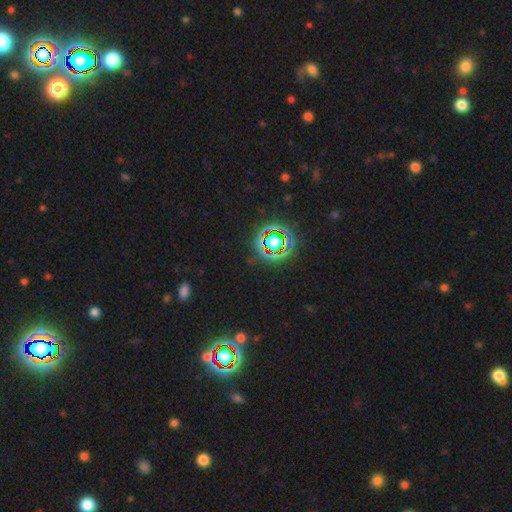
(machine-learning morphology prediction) smooth-or-featured: star or artifact: 80% | smooth: 13% | featured or disk: 8%